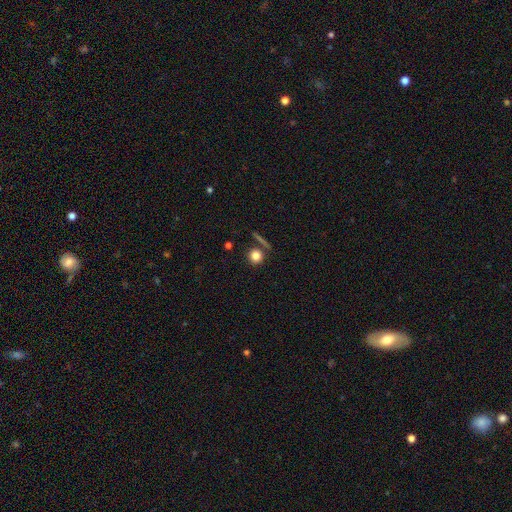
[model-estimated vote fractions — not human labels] A smooth galaxy with no disk features (82%) that is round (90%). Merging: none (78%).